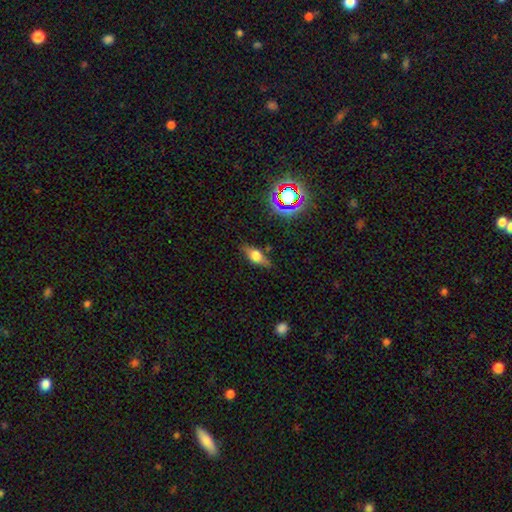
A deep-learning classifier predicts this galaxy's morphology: A smooth galaxy with no disk features (45%).

Vote fractions:
- Smooth or featured? smooth: 45% / featured or disk: 43% / star or artifact: 12%
- Merging? none: 80% / minor disturbance: 15% / major disturbance: 4% / merger: 2%